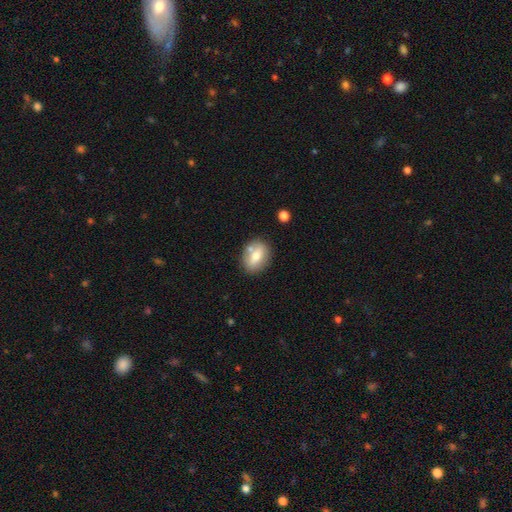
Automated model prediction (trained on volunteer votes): smooth_or_featured: smooth (p=0.67) [alt: featured or disk p=0.26]
how_rounded: in between (p=0.70) [alt: round p=0.27]
merging: none (p=0.74) [alt: minor disturbance p=0.13]